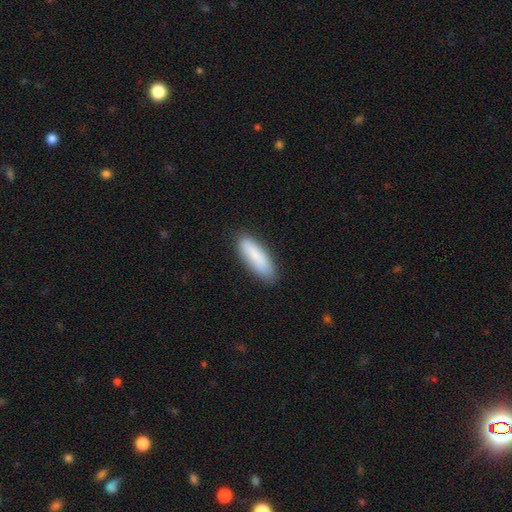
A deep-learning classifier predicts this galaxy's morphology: The model was most divided on "how rounded" (2-way tie): in between: 49%, cigar-shaped: 49%, round: 2%. More confident: smooth or featured — smooth (85%); merging — none (84%).